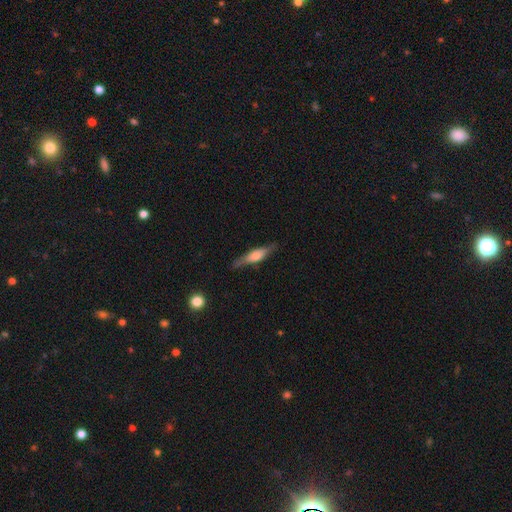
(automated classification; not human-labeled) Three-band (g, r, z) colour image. It shows a featured or disk galaxy (51%) viewed edge-on (90%). Merging: none (78%).